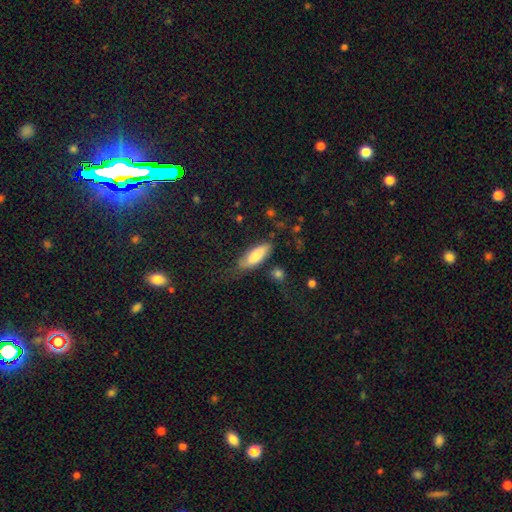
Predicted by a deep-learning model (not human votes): Smooth or featured?
  - smooth: 71% *
  - featured or disk: 22%
  - star or artifact: 7%
How rounded?
  - in between: 71% *
  - cigar-shaped: 27%
  - round: 2%
Merging?
  - none: 59% *
  - minor disturbance: 27%
  - major disturbance: 11%
  - merger: 3%